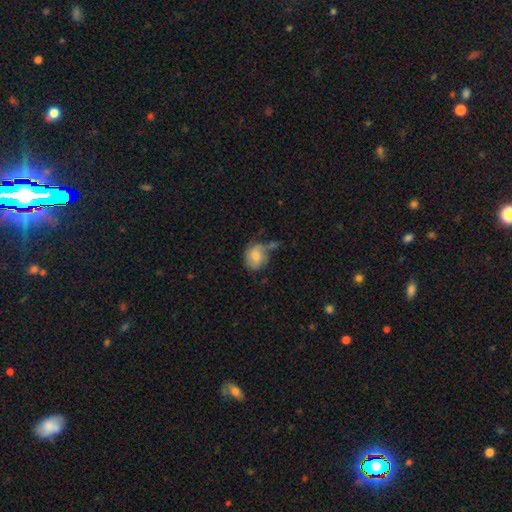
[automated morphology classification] Smooth or featured?
  - smooth: 67% *
  - featured or disk: 24%
  - star or artifact: 9%
How rounded?
  - round: 56% *
  - in between: 43%
  - cigar-shaped: 1%
Merging?
  - none: 44% *
  - minor disturbance: 29%
  - merger: 14%
  - major disturbance: 14%